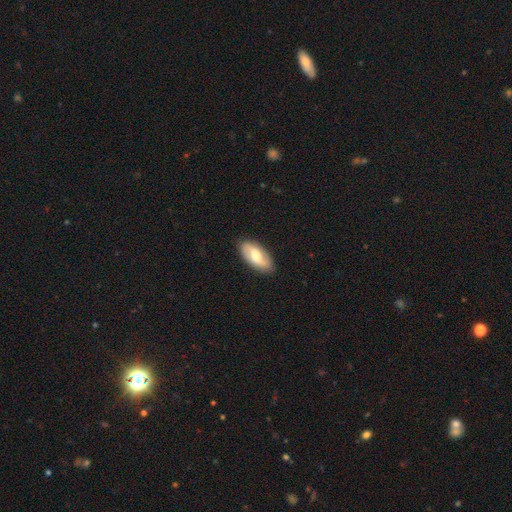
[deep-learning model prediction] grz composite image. It shows a smooth galaxy with no disk features (51%) that is in between round and cigar-shaped (92%). Merging: none (86%).